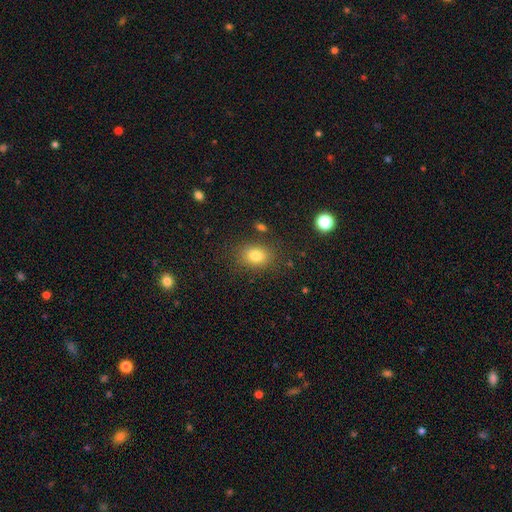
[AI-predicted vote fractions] The model was most divided on "how rounded": in between: 59%, round: 40%, cigar-shaped: 1%. More confident: merging — none (81%); smooth or featured — smooth (80%).